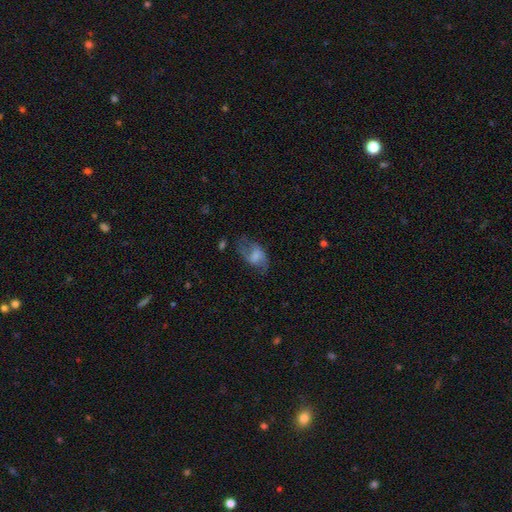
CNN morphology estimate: smooth-or-featured: smooth: 50% | featured or disk: 40% | star or artifact: 9%
  how-rounded: in between: 88% | round: 10% | cigar-shaped: 2%
  merging: none: 43% | major disturbance: 28% | minor disturbance: 27% | merger: 3%